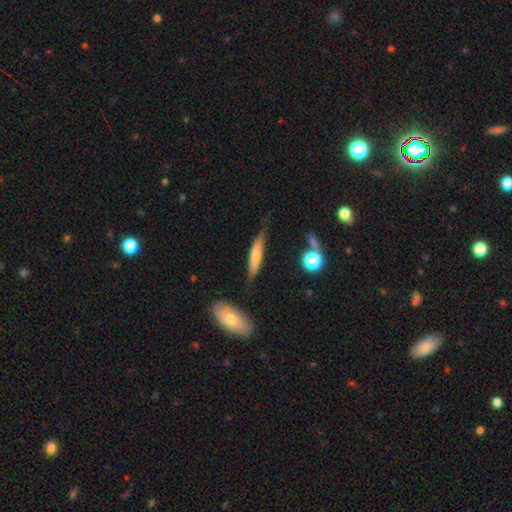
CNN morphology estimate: Q: Smooth or featured?
A: smooth (61%); runner-up: featured or disk (33%)
Q: How rounded?
A: cigar-shaped (79%); runner-up: in between (19%)
Q: Merging?
A: none (63%); runner-up: minor disturbance (26%)